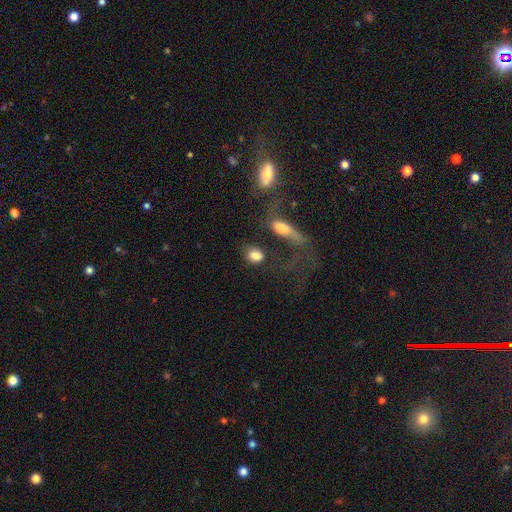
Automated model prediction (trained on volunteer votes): Smooth or featured: smooth — 83% (star or artifact — 9%)
How rounded: in between — 61% (round — 35%)
Merging: none — 53% (merger — 19%)